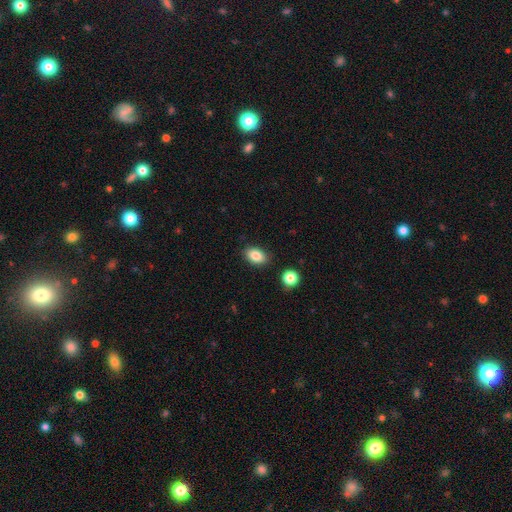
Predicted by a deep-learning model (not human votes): This appears to be a smooth galaxy with no disk features (86%) that is in between round and cigar-shaped (87%). Merging: none (86%).